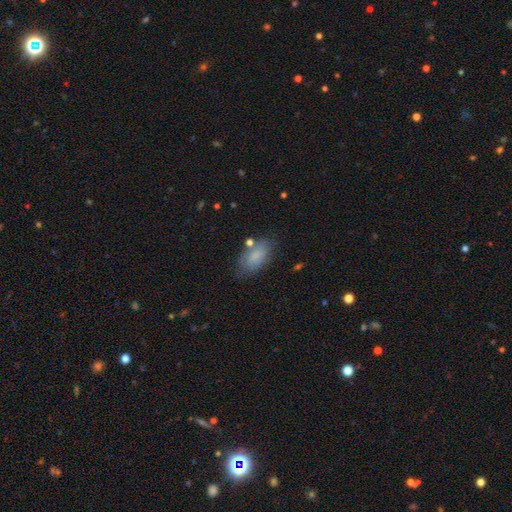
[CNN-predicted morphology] Q: Smooth or featured?
A: smooth (80%); runner-up: featured or disk (13%)
Q: How rounded?
A: in between (92%); runner-up: round (4%)
Q: Merging?
A: none (70%); runner-up: minor disturbance (19%)